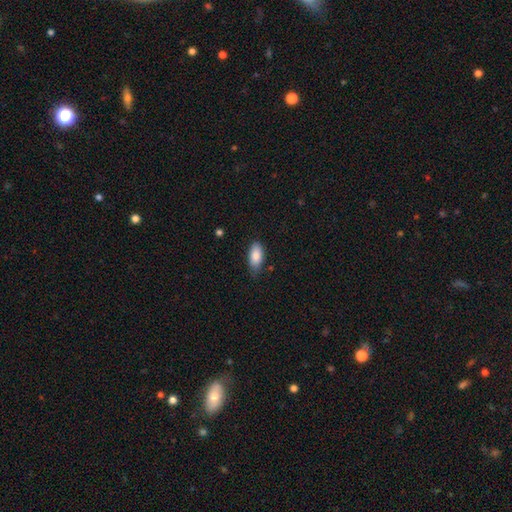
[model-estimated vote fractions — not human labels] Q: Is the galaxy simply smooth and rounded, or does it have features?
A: smooth — 86%.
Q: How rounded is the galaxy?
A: in between — 90%.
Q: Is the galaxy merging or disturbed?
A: none — 74%.